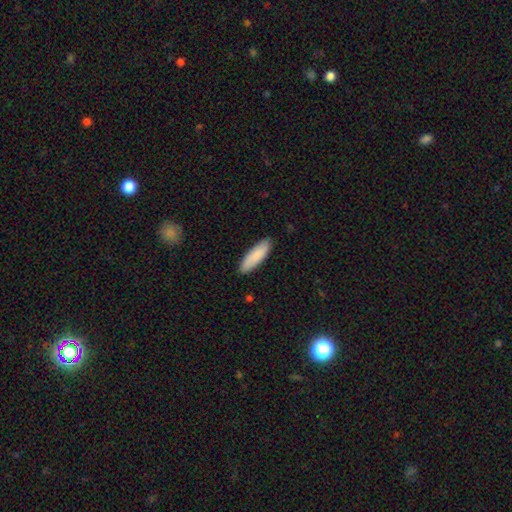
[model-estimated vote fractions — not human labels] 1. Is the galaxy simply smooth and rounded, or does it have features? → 86% smooth, 8% featured or disk, 5% star or artifact.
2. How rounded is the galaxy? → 55% cigar-shaped, 44% in between, 1% round.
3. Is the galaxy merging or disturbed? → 88% none, 9% minor disturbance, 2% major disturbance, 1% merger.